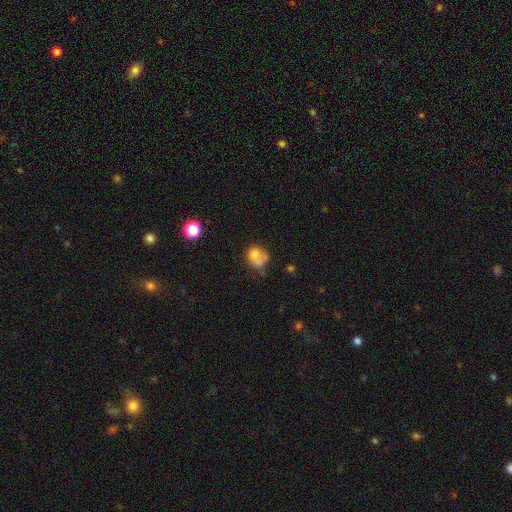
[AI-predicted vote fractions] A smooth galaxy with no disk features (67%) that is round (65%).

Vote fractions:
- Smooth or featured? smooth: 67% / featured or disk: 21% / star or artifact: 12%
- How rounded? round: 65% / in between: 34% / cigar-shaped: 1%
- Merging? merger: 40% / none: 29% / minor disturbance: 17% / major disturbance: 14%